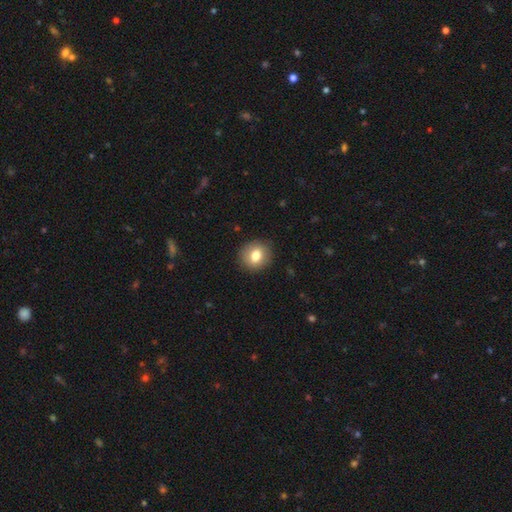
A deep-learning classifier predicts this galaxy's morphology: The model was most divided on "how rounded": round: 79%, in between: 20%, cigar-shaped: 1%. More confident: merging — none (90%); smooth or featured — smooth (78%).